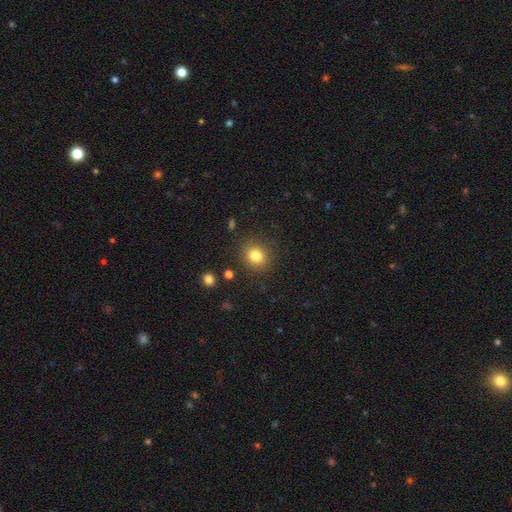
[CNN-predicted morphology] smooth_or_featured: smooth (p=0.82) [alt: star or artifact p=0.12]
how_rounded: round (p=0.76) [alt: in between p=0.23]
merging: none (p=0.87) [alt: minor disturbance p=0.08]